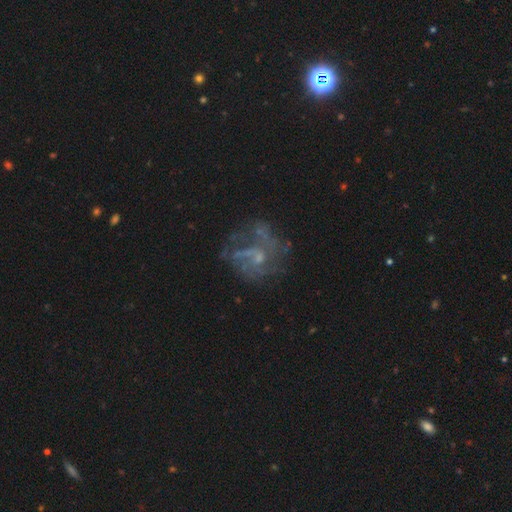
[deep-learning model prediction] This appears to be a featured or disk galaxy (69%) with no bar (68%), spiral arms (61%) and a small central bulge (49%). Merging: none (48%).